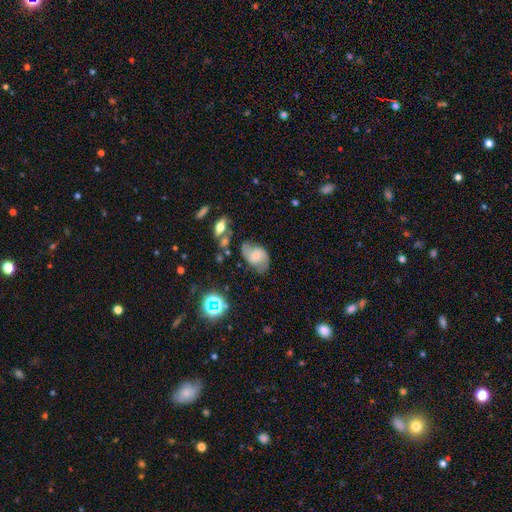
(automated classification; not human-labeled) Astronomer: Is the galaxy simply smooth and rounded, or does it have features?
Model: smooth — 47% (runner-up: featured or disk, 42%).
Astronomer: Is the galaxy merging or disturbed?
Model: none — 54% (runner-up: minor disturbance, 29%).